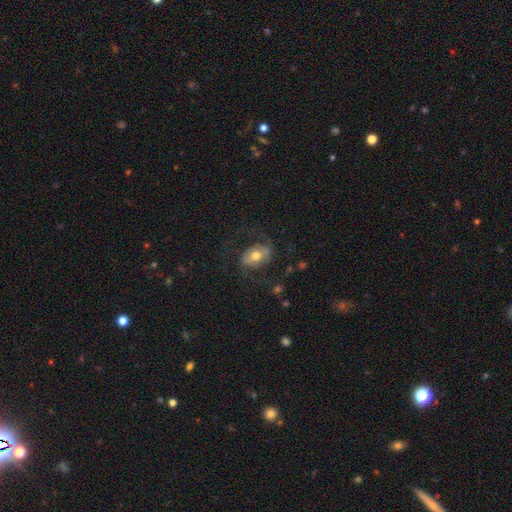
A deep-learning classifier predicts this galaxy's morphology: smooth-or-featured: featured or disk: 59% | smooth: 33% | star or artifact: 8%
  disk-edge-on: no: 95% | yes: 5%
    bar: no: 38% | weak: 36% | strong: 26%
    has-spiral-arms: yes: 75% | no: 25%
    bulge-size: moderate: 71% | large: 13% | small: 13% | dominant: 2% | none: 1%
  merging: none: 63% | major disturbance: 19% | minor disturbance: 16% | merger: 2%